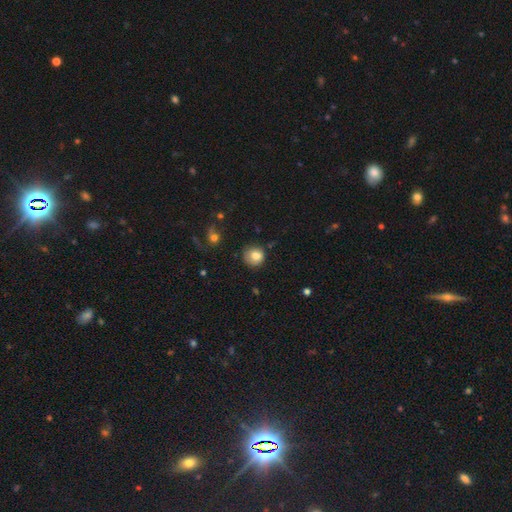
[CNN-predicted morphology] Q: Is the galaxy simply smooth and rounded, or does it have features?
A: smooth — 80%.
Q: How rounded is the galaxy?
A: round — 89%.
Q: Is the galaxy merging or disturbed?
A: none — 75%.